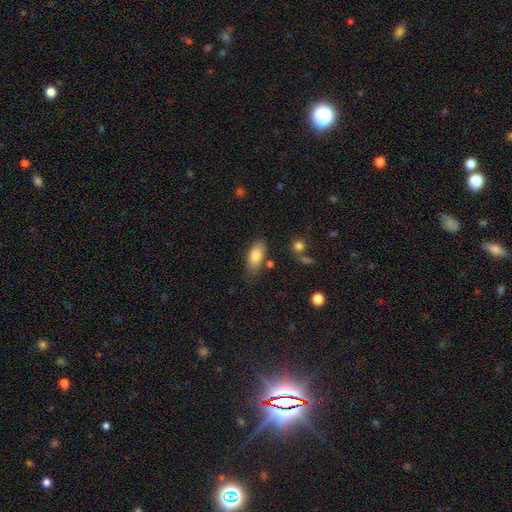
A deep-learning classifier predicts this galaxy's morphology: Q: Smooth or featured?
A: smooth (80%); runner-up: featured or disk (12%)
Q: How rounded?
A: in between (87%); runner-up: cigar-shaped (10%)
Q: Merging?
A: none (72%); runner-up: minor disturbance (19%)